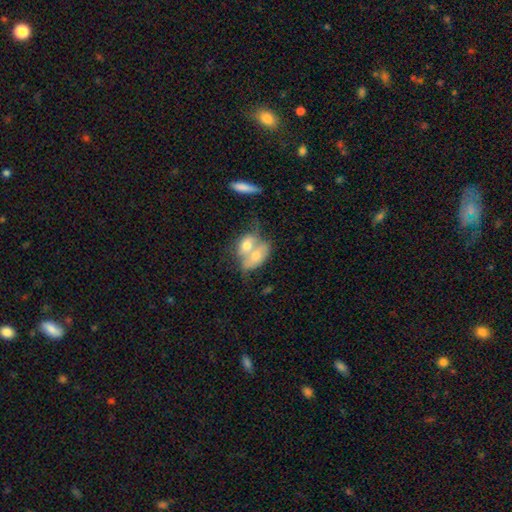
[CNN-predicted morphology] The model was most divided on "smooth or featured": smooth: 60%, featured or disk: 33%, star or artifact: 7%. More confident: how rounded — in between (78%); merging — merger (75%).